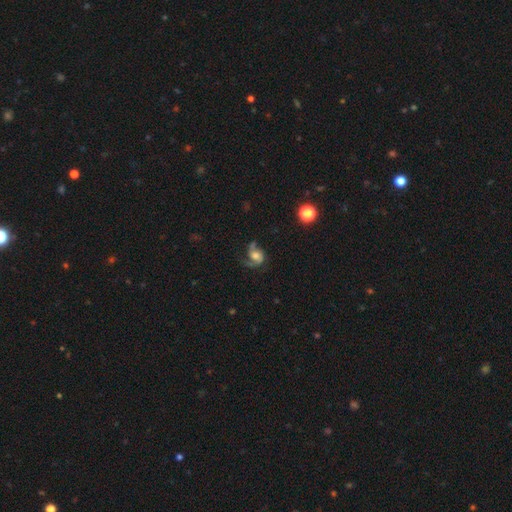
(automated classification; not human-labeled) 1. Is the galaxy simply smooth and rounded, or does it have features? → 67% featured or disk, 24% smooth, 9% star or artifact.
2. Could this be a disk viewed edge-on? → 98% no, 2% yes.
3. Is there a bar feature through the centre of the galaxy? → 64% no, 29% weak, 7% strong.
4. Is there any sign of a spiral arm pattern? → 90% yes, 10% no.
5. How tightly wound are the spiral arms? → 43% loose, 42% medium, 16% tight.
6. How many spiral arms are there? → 63% 2, 27% 1, 6% can't tell, 2% 3, 1% 4, 1% more than 4.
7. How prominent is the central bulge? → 46% moderate, 22% large, 21% small, 8% none, 3% dominant.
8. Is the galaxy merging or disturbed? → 43% none, 30% major disturbance, 21% minor disturbance, 6% merger.